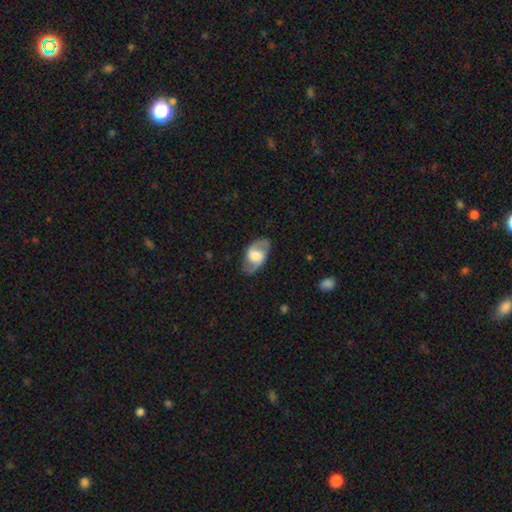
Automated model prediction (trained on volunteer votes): A featured or disk galaxy (67%) with no bar (50%), spiral arms (79%) and a large central bulge (45%). Merging: none (80%).